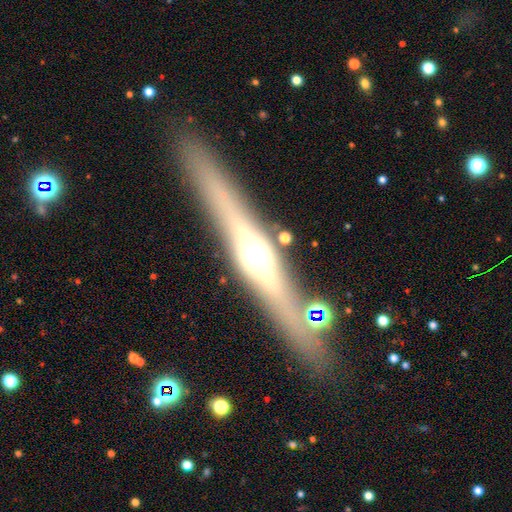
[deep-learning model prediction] This is likely a featured or disk galaxy (73%). It is clearly viewed edge-on (96%). Edge-on bulge: clearly rounded (87%). Merging: clearly none (86%).